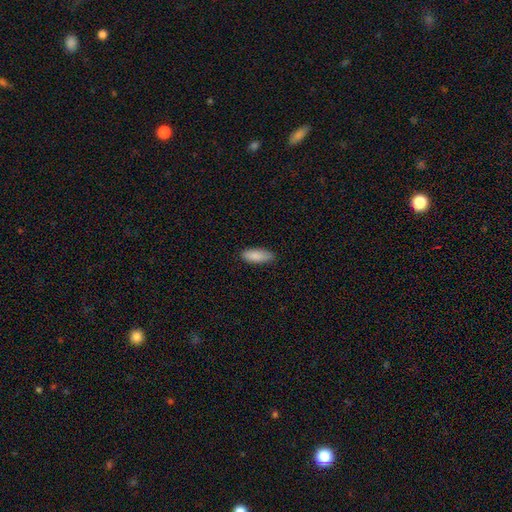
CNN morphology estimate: Smooth or featured: smooth — 88% (star or artifact — 6%)
How rounded: in between — 75% (cigar-shaped — 23%)
Merging: none — 83% (minor disturbance — 14%)